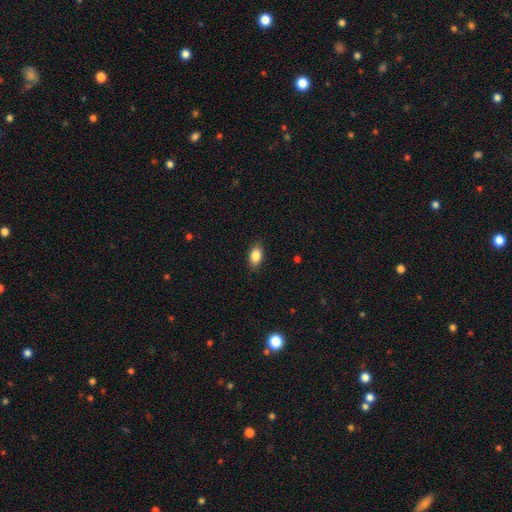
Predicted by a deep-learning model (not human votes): Smooth or featured? Predicted: smooth (p=0.84). How rounded? Predicted: in between (p=0.86). Merging? Predicted: none (p=0.86).